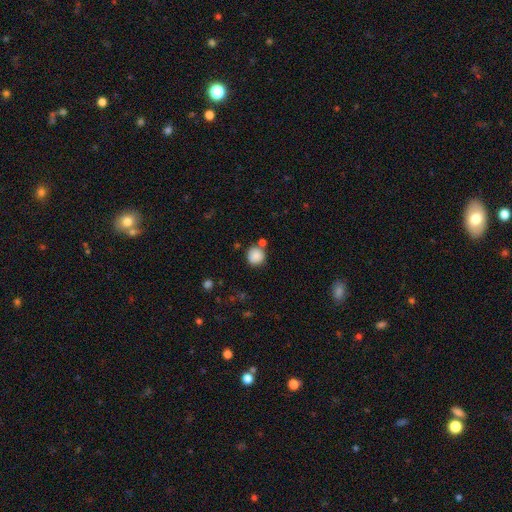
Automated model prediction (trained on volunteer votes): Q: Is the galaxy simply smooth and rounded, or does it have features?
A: smooth — 87%.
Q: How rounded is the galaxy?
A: round — 90%.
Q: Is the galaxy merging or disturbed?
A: none — 70%.